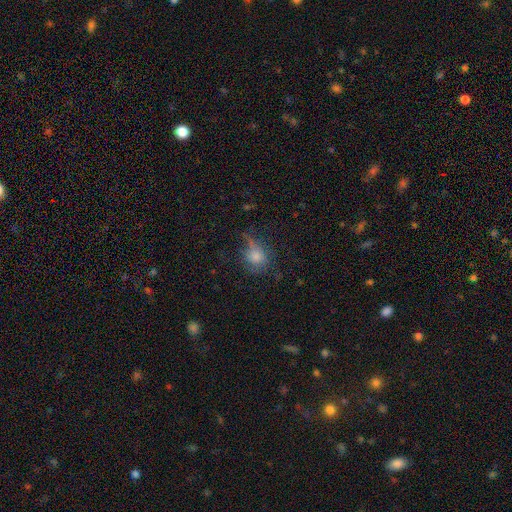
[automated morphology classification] Smooth or featured: smooth — 64% (featured or disk — 20%)
How rounded: round — 69% (in between — 29%)
Merging: none — 52% (minor disturbance — 27%)